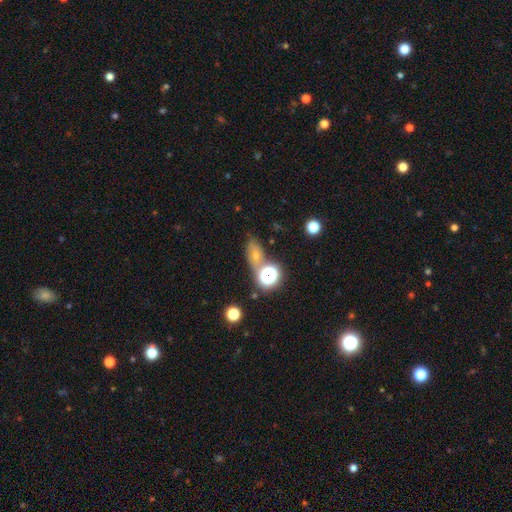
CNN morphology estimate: Smooth or featured? smooth (55%)
How rounded? in between (69%)
Merging? none (60%)